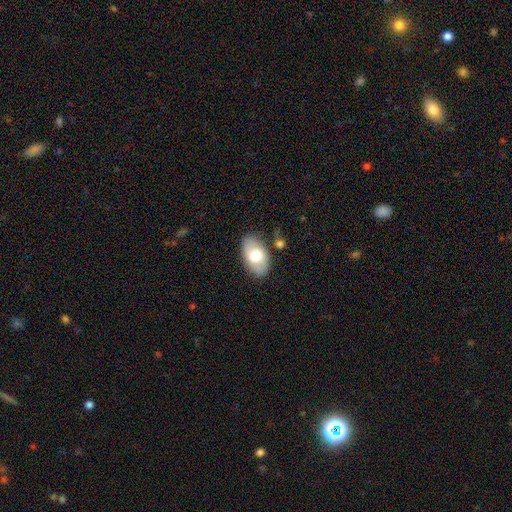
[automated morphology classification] Smooth or featured? smooth (66%)
How rounded? in between (93%)
Merging? none (79%)